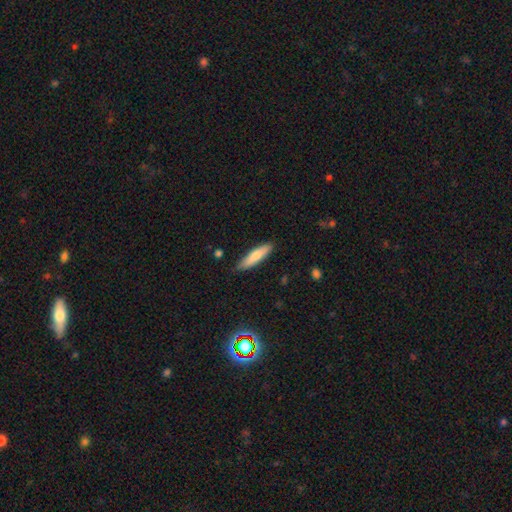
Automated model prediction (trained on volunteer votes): This is likely a smooth galaxy (78%). How rounded: likely cigar-shaped (77%). Merging: clearly none (84%).